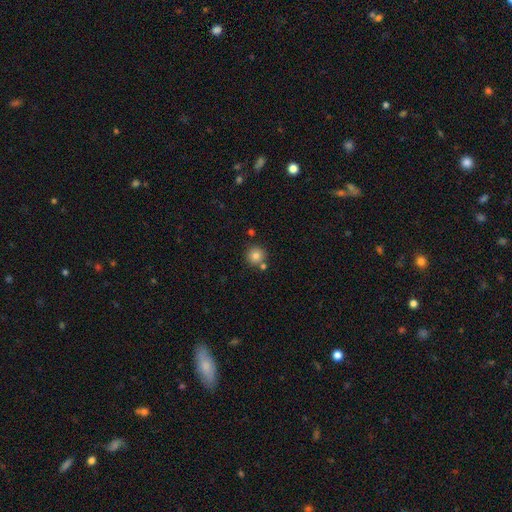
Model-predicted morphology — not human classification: Overall: smooth (81%). How rounded: round (94%). Merging: none (76%).